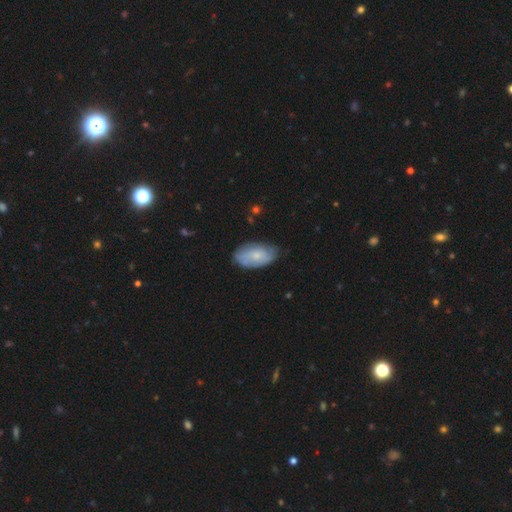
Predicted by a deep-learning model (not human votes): Smooth or featured?
  - smooth: 65% *
  - featured or disk: 29%
  - star or artifact: 6%
How rounded?
  - in between: 94% *
  - round: 5%
  - cigar-shaped: 2%
Merging?
  - none: 70% *
  - minor disturbance: 24%
  - major disturbance: 4%
  - merger: 1%